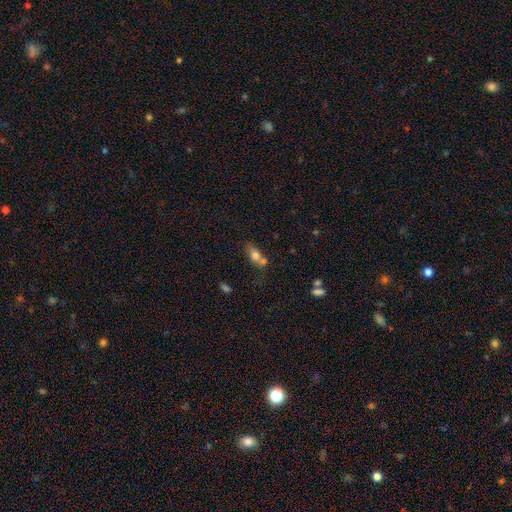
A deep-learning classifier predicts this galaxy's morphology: Q: Smooth or featured?
A: smooth (69%); runner-up: featured or disk (20%)
Q: How rounded?
A: in between (71%); runner-up: round (15%)
Q: Merging?
A: merger (42%); runner-up: none (37%)